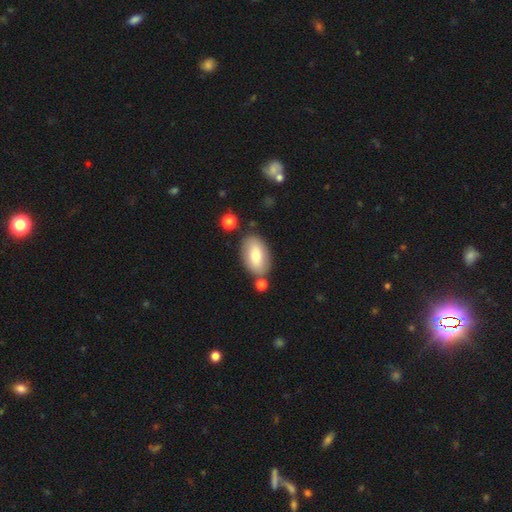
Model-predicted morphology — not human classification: Smooth or featured? Predicted: smooth (p=0.72). How rounded? Predicted: in between (p=0.92). Merging? Predicted: none (p=0.76).